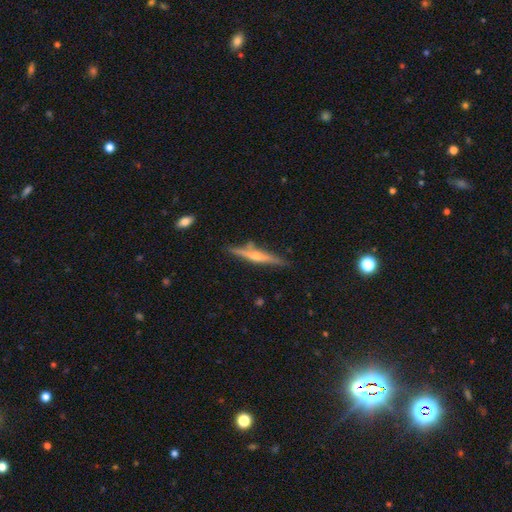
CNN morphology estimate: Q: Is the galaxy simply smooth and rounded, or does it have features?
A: featured or disk — 71%.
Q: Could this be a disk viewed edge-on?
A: yes — 96%.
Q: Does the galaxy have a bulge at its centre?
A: rounded — 83%.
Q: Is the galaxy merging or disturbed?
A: none — 87%.